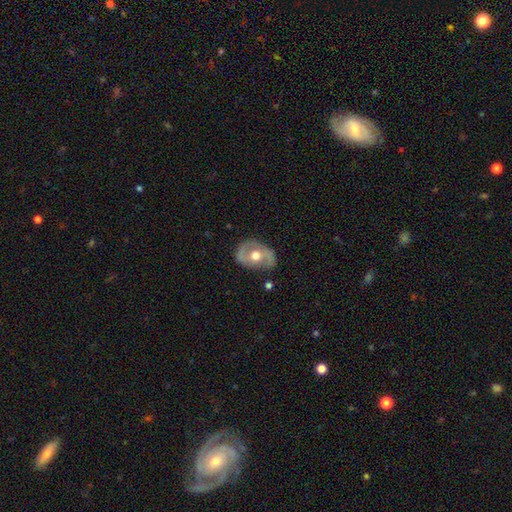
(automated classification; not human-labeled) Smooth or featured? featured or disk (65%)
Edge-on disk? no (94%)
Bar? no (73%)
Spiral arms? yes (52%)
Bulge size? moderate (70%)
Merging? none (74%)